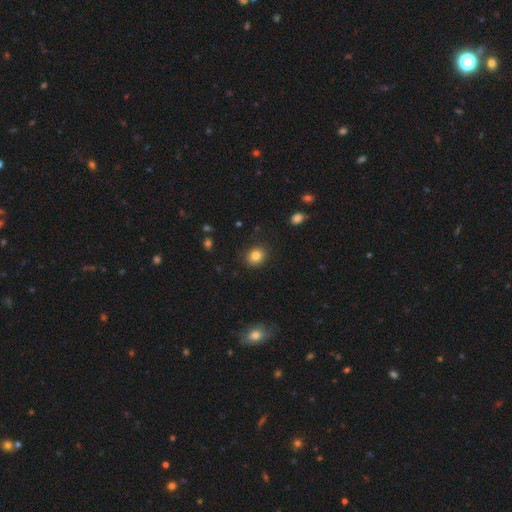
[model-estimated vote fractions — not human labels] Morphology: type=smooth (83%); roundness=round (67%); merging=none (87%).